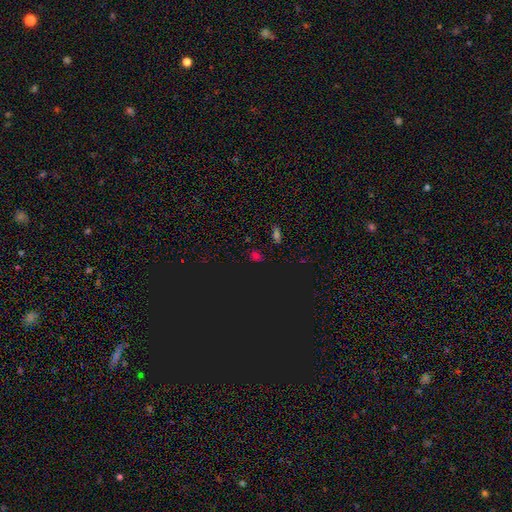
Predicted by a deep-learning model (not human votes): star or artifact 58%, smooth 36%, featured or disk 6%.